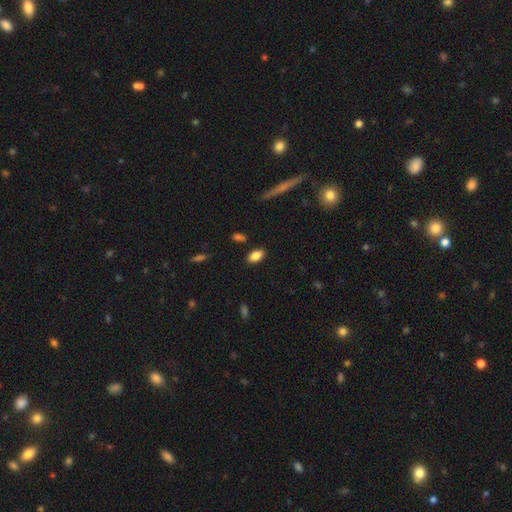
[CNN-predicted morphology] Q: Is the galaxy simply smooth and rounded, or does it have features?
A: smooth — 86%.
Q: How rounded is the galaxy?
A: in between — 90%.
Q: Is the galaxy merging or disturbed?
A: none — 85%.